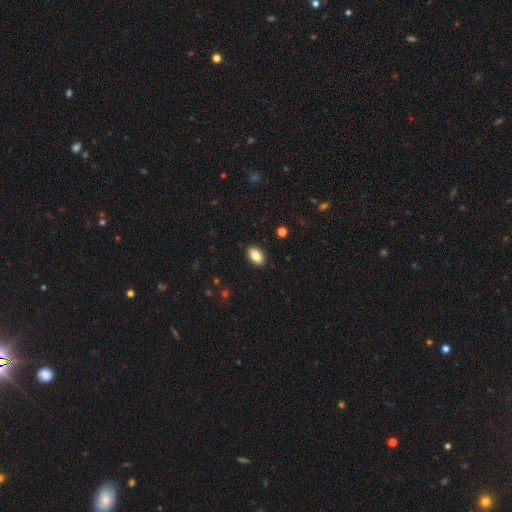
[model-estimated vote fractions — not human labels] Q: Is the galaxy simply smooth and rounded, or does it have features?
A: smooth — 84%.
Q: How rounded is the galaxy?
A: in between — 91%.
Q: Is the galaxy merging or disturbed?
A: none — 89%.